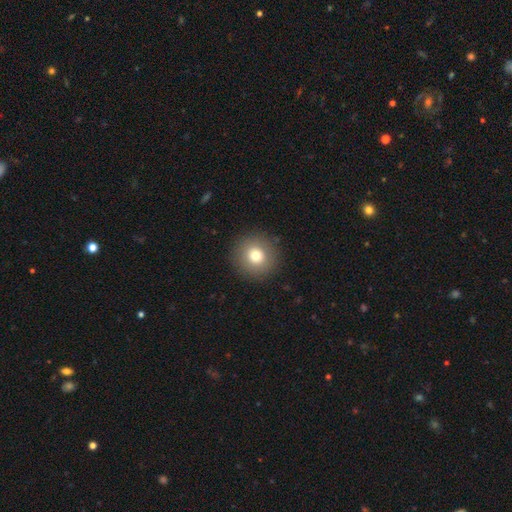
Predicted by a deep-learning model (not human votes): smooth_or_featured: smooth (p=0.76) [alt: featured or disk p=0.12]
how_rounded: round (p=0.95) [alt: in between p=0.04]
merging: none (p=0.91) [alt: minor disturbance p=0.06]